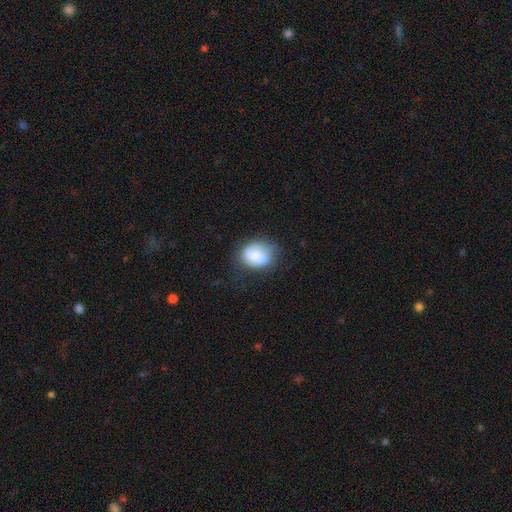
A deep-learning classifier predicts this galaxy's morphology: Smooth or featured?
  - smooth: 70% *
  - featured or disk: 22%
  - star or artifact: 8%
How rounded?
  - round: 52% *
  - in between: 47%
  - cigar-shaped: 1%
Merging?
  - none: 55% *
  - minor disturbance: 30%
  - major disturbance: 12%
  - merger: 2%